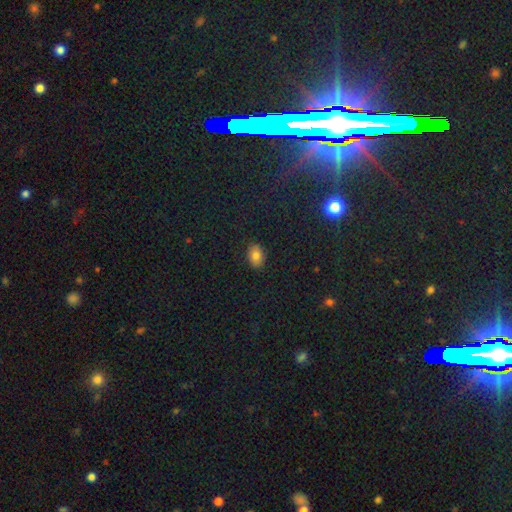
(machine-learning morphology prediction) Q: Smooth or featured?
A: smooth (82%); runner-up: star or artifact (11%)
Q: How rounded?
A: in between (81%); runner-up: round (18%)
Q: Merging?
A: none (87%); runner-up: minor disturbance (10%)